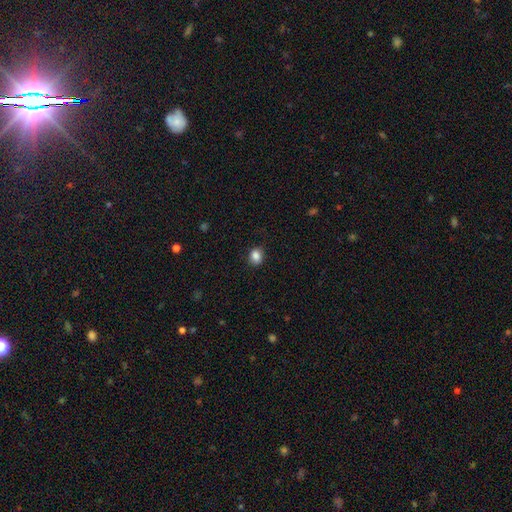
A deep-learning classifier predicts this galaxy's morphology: type=smooth (86%); roundness=round (55%); merging=none (85%).